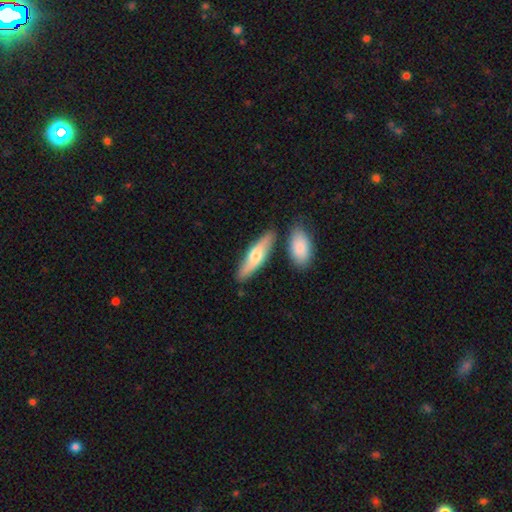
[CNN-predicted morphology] type=smooth (55%); roundness=cigar-shaped (64%); merging=none (79%).